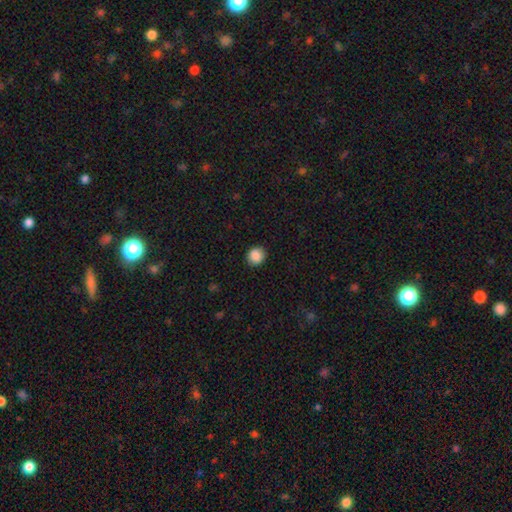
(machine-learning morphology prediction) type=smooth (88%); roundness=round (87%); merging=none (90%).